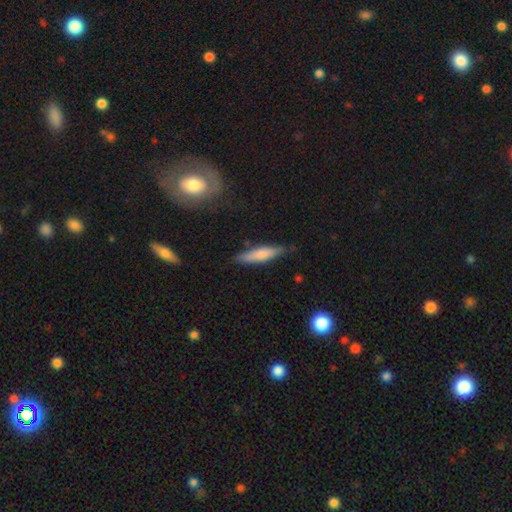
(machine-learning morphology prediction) A smooth galaxy with no disk features (61%) that is cigar-shaped (84%).

Vote fractions:
- Smooth or featured? smooth: 61% / featured or disk: 33% / star or artifact: 6%
- How rounded? cigar-shaped: 84% / in between: 14% / round: 2%
- Merging? none: 83% / minor disturbance: 13% / major disturbance: 3% / merger: 2%